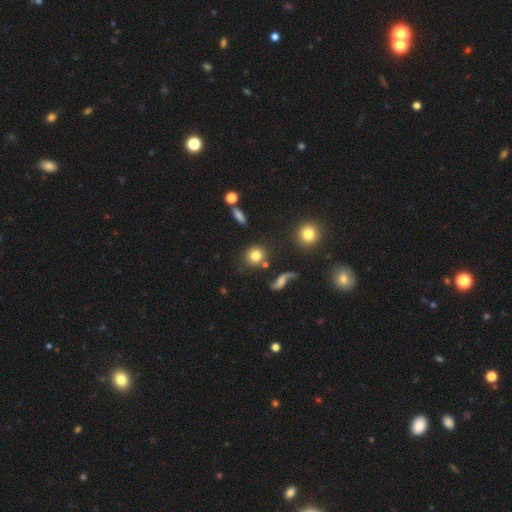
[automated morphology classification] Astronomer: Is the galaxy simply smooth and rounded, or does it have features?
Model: smooth — 78%.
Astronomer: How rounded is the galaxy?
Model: round — 87%.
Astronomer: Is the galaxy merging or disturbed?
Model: none — 76%.